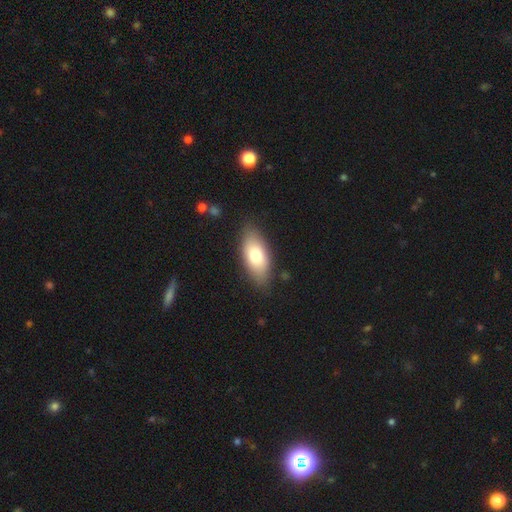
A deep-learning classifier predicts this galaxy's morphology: A smooth galaxy with no disk features (76%) that is in between round and cigar-shaped (85%).

Vote fractions:
- Smooth or featured? smooth: 76% / featured or disk: 18% / star or artifact: 6%
- How rounded? in between: 85% / cigar-shaped: 12% / round: 3%
- Merging? none: 83% / minor disturbance: 13% / major disturbance: 3% / merger: 2%